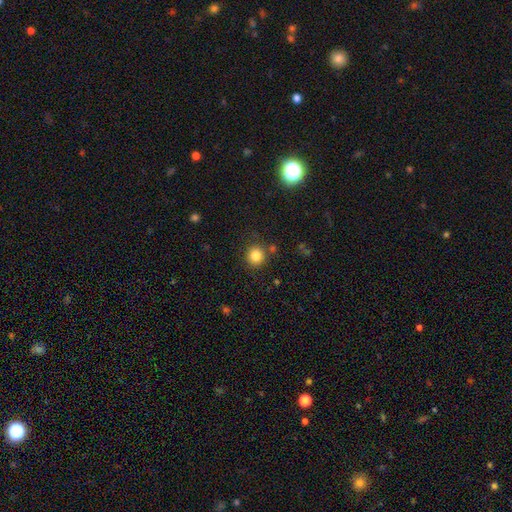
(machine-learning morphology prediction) Smooth or featured? Predicted: smooth (p=0.83). How rounded? Predicted: round (p=0.90). Merging? Predicted: none (p=0.84).